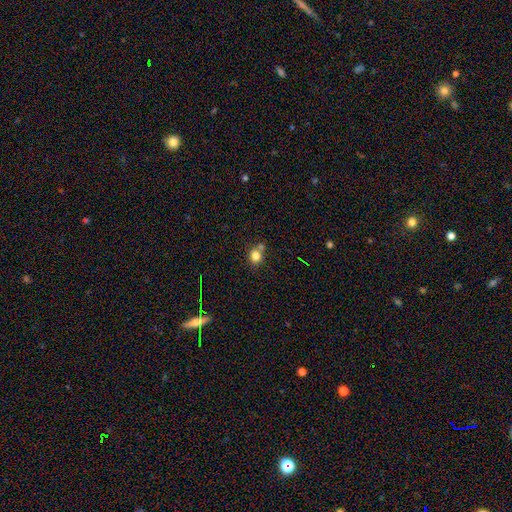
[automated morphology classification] This is likely a smooth galaxy (80%). How rounded: likely round (76%). Merging: likely none (61%).